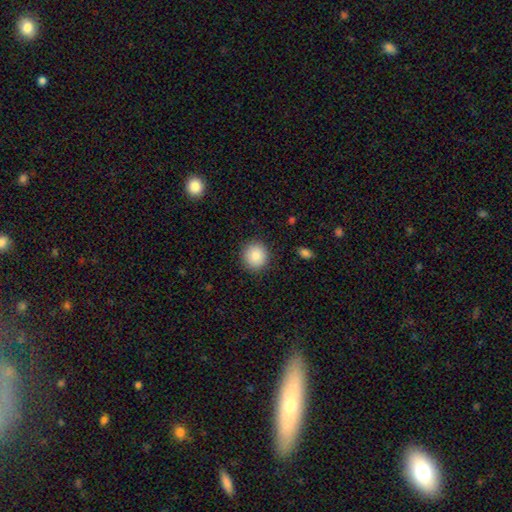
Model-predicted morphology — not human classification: Q: Smooth or featured?
A: smooth (88%); runner-up: star or artifact (8%)
Q: How rounded?
A: round (90%); runner-up: in between (9%)
Q: Merging?
A: none (89%); runner-up: minor disturbance (7%)